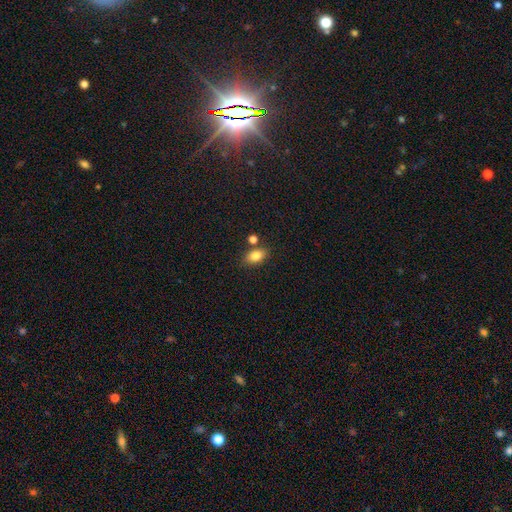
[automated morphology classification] This appears to be a smooth galaxy with no disk features (83%) that is in between round and cigar-shaped (84%). Merging: none (73%).